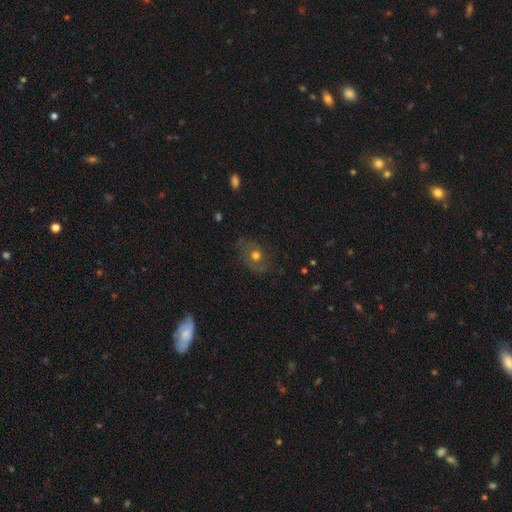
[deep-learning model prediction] smooth_or_featured: smooth (p=0.48) [alt: featured or disk p=0.37]
merging: none (p=0.67) [alt: minor disturbance p=0.21]